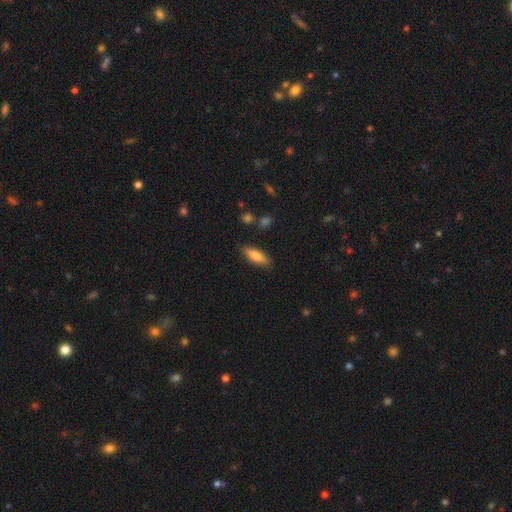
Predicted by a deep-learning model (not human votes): smooth-or-featured: smooth: 73% | featured or disk: 20% | star or artifact: 7%
  how-rounded: in between: 56% | cigar-shaped: 42% | round: 2%
  merging: none: 86% | minor disturbance: 10% | major disturbance: 2% | merger: 2%